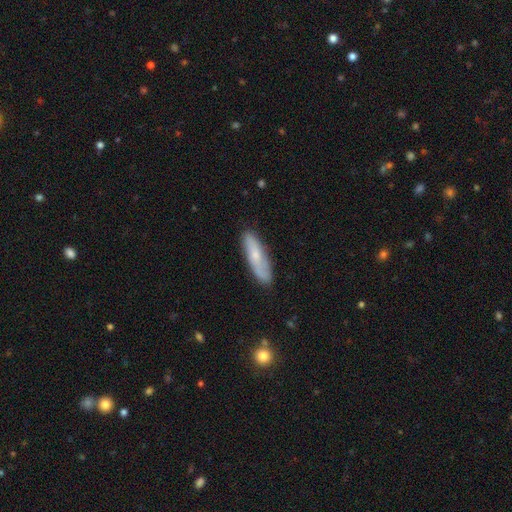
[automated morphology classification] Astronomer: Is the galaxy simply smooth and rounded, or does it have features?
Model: smooth — 55% (runner-up: featured or disk, 38%).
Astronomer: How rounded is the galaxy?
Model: cigar-shaped — 65%.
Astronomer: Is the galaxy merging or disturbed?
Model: none — 79%.